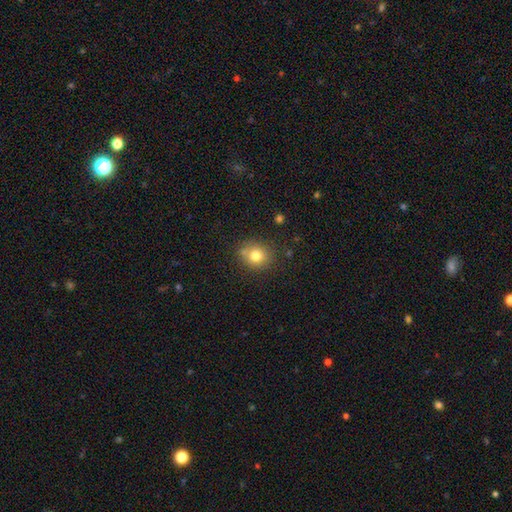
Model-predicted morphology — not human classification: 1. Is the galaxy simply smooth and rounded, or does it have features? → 78% smooth, 12% star or artifact, 10% featured or disk.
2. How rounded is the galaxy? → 79% round, 20% in between, 1% cigar-shaped.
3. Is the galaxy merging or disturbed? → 75% none, 13% minor disturbance, 8% merger, 4% major disturbance.